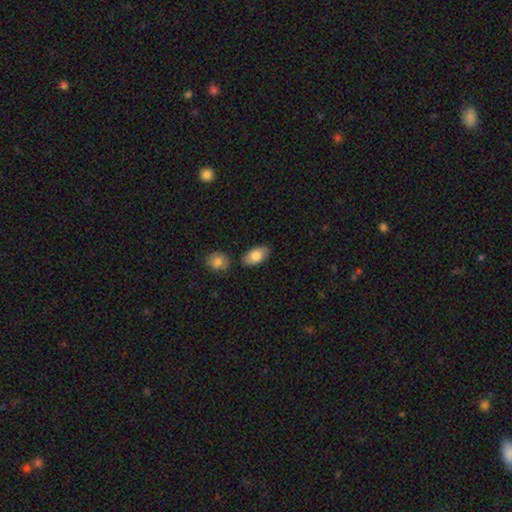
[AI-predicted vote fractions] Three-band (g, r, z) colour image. It shows a smooth galaxy with no disk features (80%) that is in between round and cigar-shaped (93%). Merging: none (78%).